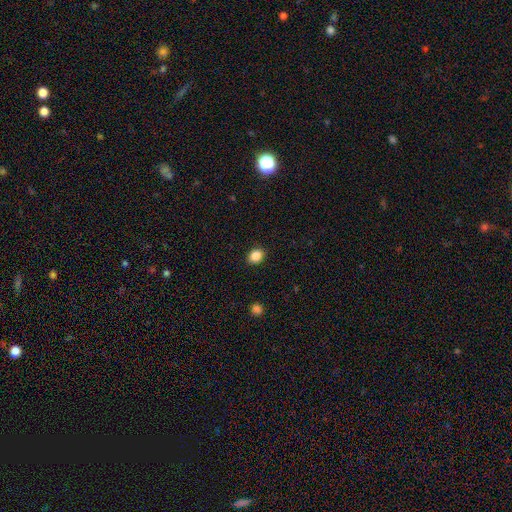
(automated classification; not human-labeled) Morphology: type=smooth (86%); roundness=round (58%); merging=none (90%).